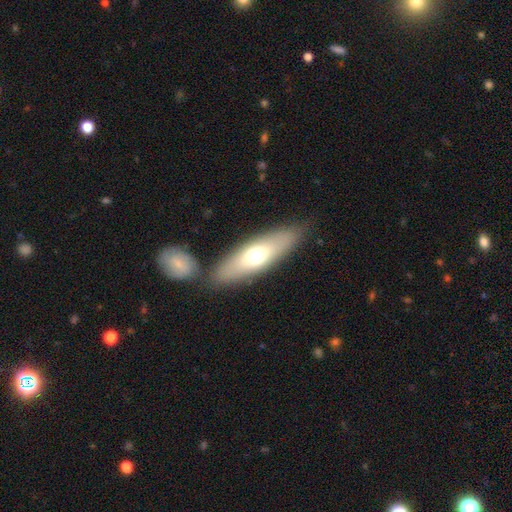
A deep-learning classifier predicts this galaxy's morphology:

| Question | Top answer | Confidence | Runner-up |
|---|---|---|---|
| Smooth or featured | smooth | 63% | featured or disk (31%) |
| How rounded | cigar-shaped | 53% | in between (45%) |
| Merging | none | 76% | merger (11%) |